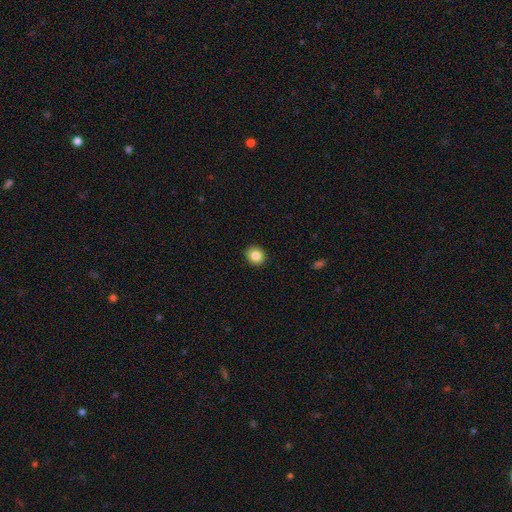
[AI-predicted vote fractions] A smooth galaxy with no disk features (85%) that is round (78%). Merging: none (92%).